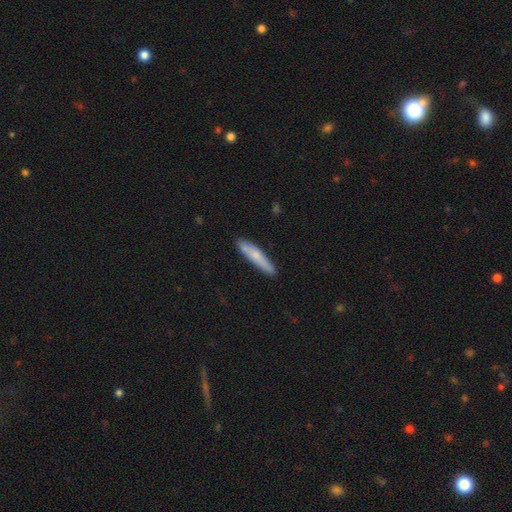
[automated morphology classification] A smooth galaxy with no disk features (68%) that is cigar-shaped (89%). Merging: none (85%).